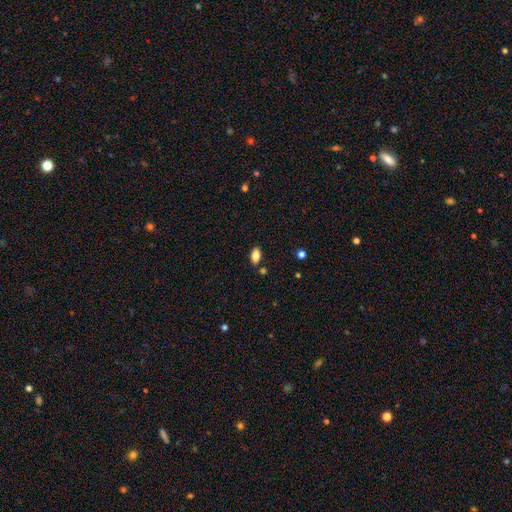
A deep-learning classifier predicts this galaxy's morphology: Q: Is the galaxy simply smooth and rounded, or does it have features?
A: smooth — 82%.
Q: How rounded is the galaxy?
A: in between — 91%.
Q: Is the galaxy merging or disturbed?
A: none — 83%.